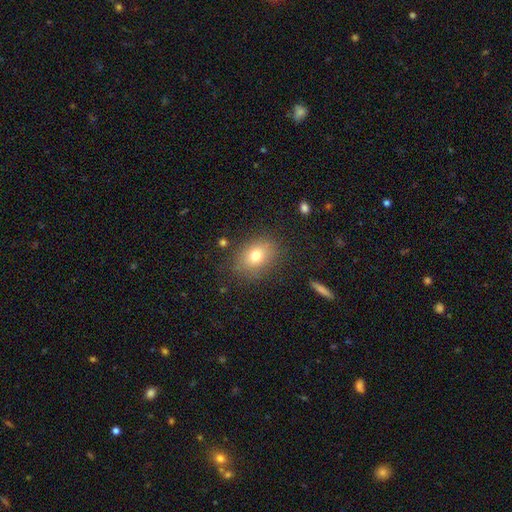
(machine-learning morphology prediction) This appears to be a smooth galaxy with no disk features (76%) that is in between round and cigar-shaped (65%). Merging: none (81%).